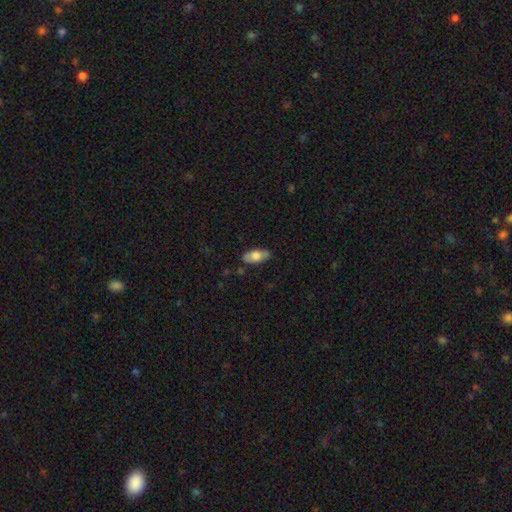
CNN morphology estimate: type=smooth (72%); roundness=in between (84%); merging=none (81%).